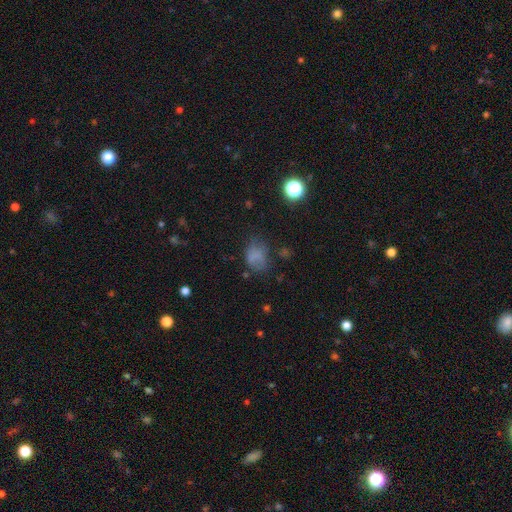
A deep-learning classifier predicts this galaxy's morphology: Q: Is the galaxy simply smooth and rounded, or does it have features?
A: smooth — 65%.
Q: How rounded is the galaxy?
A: in between — 70%.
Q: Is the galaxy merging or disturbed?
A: none — 48%.